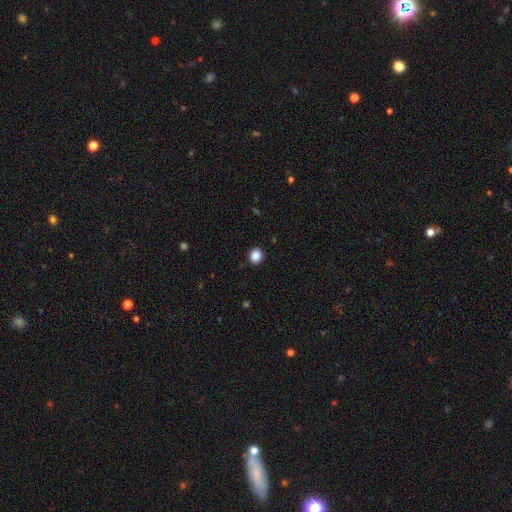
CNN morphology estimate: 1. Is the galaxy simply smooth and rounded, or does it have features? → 86% smooth, 10% star or artifact, 3% featured or disk.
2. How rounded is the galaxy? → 83% round, 16% in between, 1% cigar-shaped.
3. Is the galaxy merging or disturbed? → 92% none, 5% minor disturbance, 2% major disturbance, 1% merger.